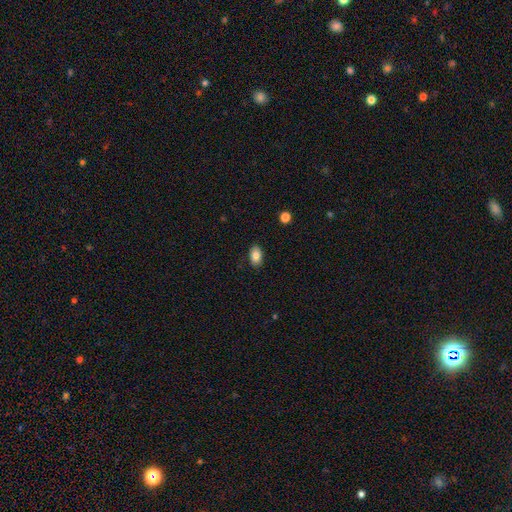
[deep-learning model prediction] Q: Smooth or featured?
A: smooth (85%); runner-up: star or artifact (8%)
Q: How rounded?
A: in between (89%); runner-up: round (10%)
Q: Merging?
A: none (86%); runner-up: minor disturbance (11%)